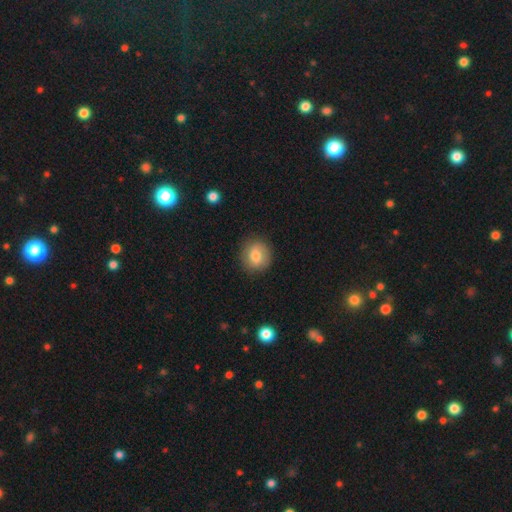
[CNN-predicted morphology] Smooth or featured? smooth (77%)
How rounded? round (84%)
Merging? none (86%)